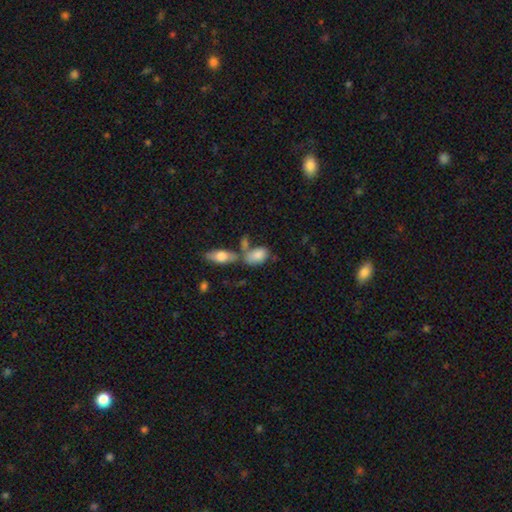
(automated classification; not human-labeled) This is clearly a smooth galaxy (81%). How rounded: clearly in between (91%). Merging: marginally none (40%).